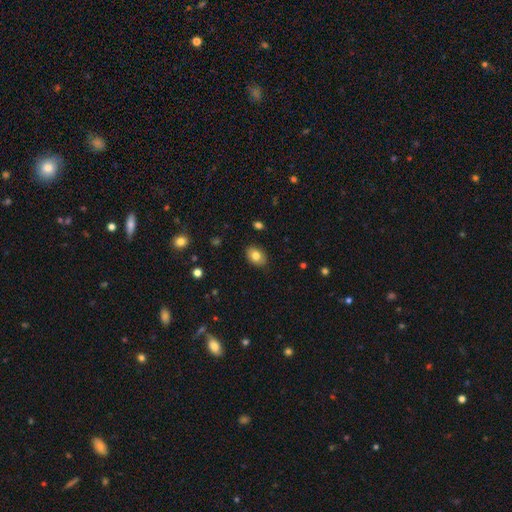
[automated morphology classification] Smooth or featured?
  - smooth: 80% *
  - featured or disk: 12%
  - star or artifact: 8%
How rounded?
  - in between: 81% *
  - round: 17%
  - cigar-shaped: 1%
Merging?
  - none: 87% *
  - minor disturbance: 9%
  - major disturbance: 2%
  - merger: 1%